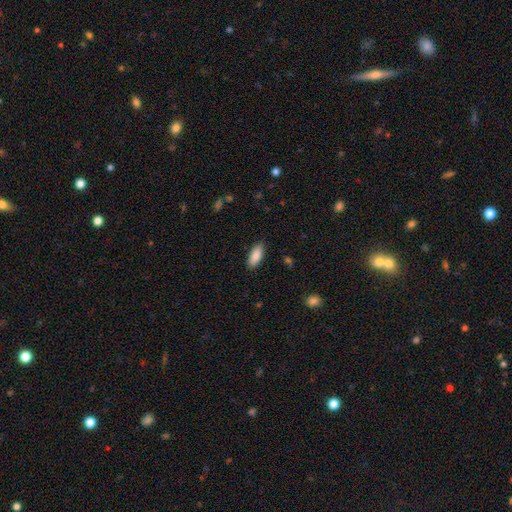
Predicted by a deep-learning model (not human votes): Smooth or featured?
  - smooth: 87% *
  - featured or disk: 6%
  - star or artifact: 6%
How rounded?
  - in between: 80% *
  - cigar-shaped: 18%
  - round: 2%
Merging?
  - none: 86% *
  - minor disturbance: 11%
  - major disturbance: 2%
  - merger: 1%